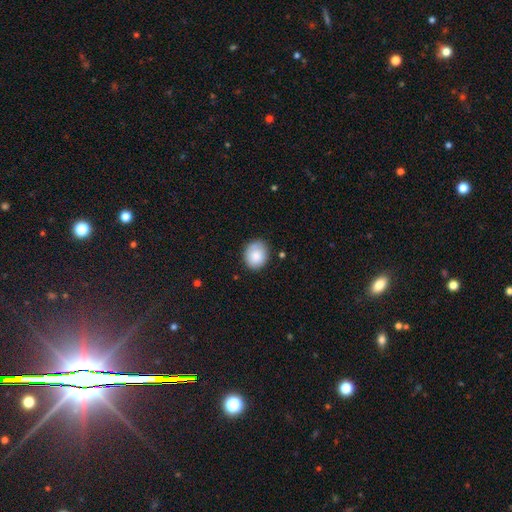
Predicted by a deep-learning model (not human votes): Q: Smooth or featured?
A: smooth (85%); runner-up: star or artifact (7%)
Q: How rounded?
A: round (66%); runner-up: in between (33%)
Q: Merging?
A: none (80%); runner-up: minor disturbance (15%)